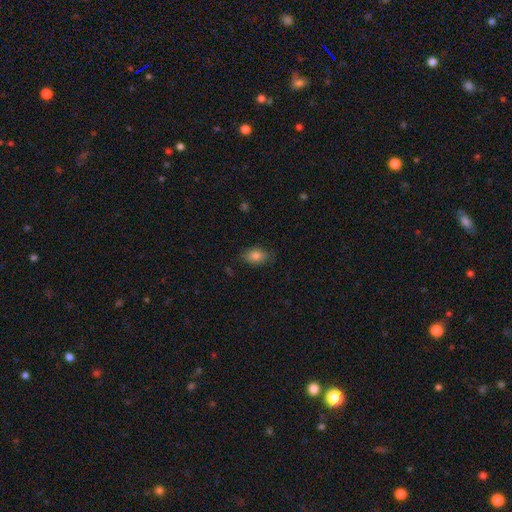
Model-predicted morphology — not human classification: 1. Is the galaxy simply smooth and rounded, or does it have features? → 81% smooth, 10% featured or disk, 9% star or artifact.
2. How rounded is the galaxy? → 82% in between, 15% round, 2% cigar-shaped.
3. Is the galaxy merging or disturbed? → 79% none, 17% minor disturbance, 3% major disturbance, 1% merger.